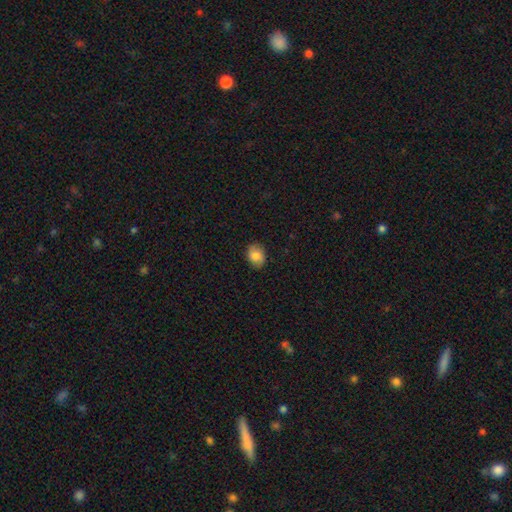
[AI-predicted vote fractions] smooth-or-featured: smooth: 80% | featured or disk: 12% | star or artifact: 8%
  how-rounded: in between: 59% | round: 40% | cigar-shaped: 1%
  merging: none: 85% | minor disturbance: 11% | major disturbance: 2% | merger: 1%